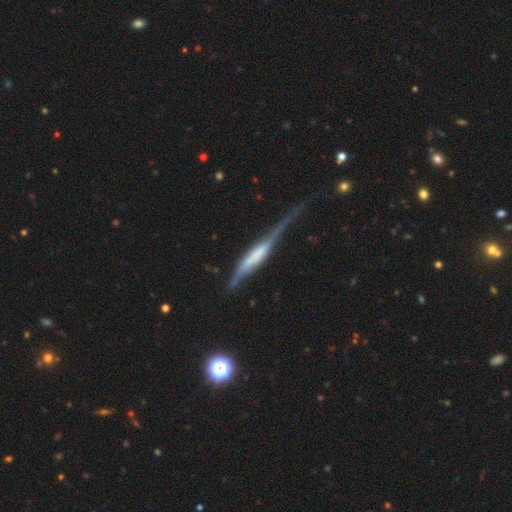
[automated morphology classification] A featured or disk galaxy (66%) viewed edge-on (86%) with a boxy central bulge (50%).

Vote fractions:
- Smooth or featured? featured or disk: 66% / smooth: 27% / star or artifact: 7%
- Edge-on disk? yes: 86% / no: 14%
- Edge-on bulge? boxy: 50% / none: 26% / rounded: 23%
- Merging? none: 34% (tied) / major disturbance: 34% (tied) / minor disturbance: 28% / merger: 5%